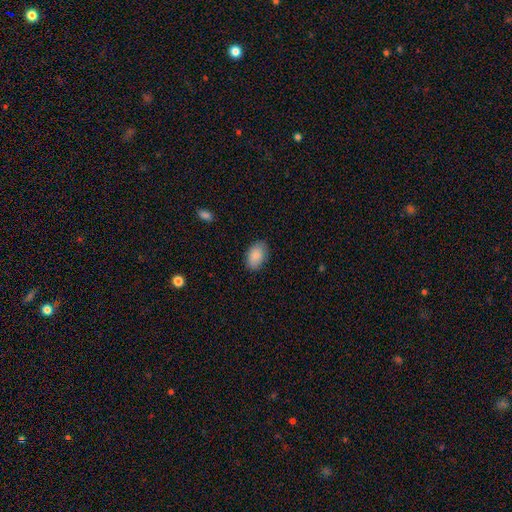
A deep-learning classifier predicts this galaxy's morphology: Smooth or featured: smooth — 86% (featured or disk — 7%)
How rounded: in between — 90% (round — 8%)
Merging: none — 83% (minor disturbance — 14%)